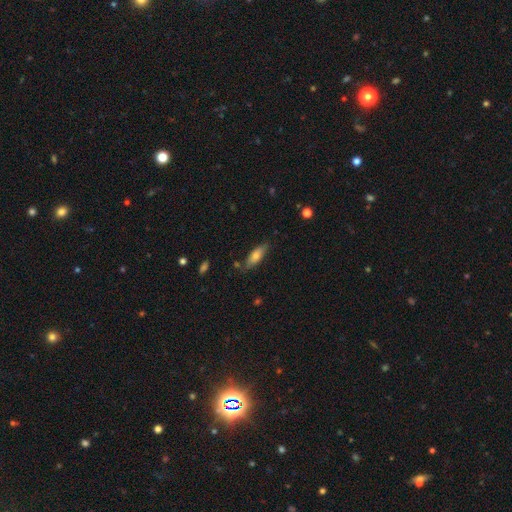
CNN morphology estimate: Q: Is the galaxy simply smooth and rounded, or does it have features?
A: smooth — 69%.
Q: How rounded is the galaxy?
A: in between — 63%.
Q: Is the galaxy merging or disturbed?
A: none — 74%.